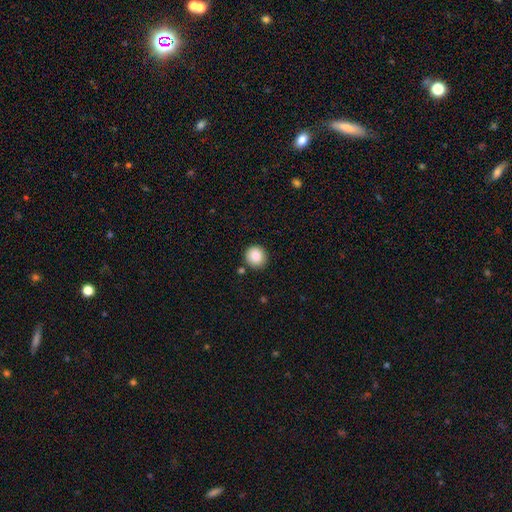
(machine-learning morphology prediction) A smooth galaxy with no disk features (86%) that is round (91%). Merging: none (87%).